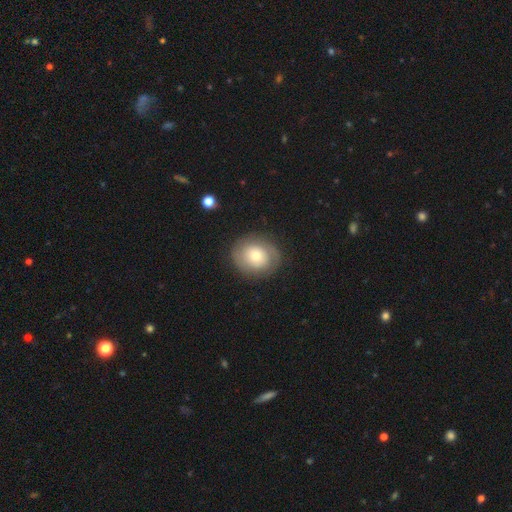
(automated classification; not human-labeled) Smooth or featured: smooth — 48% (featured or disk — 44%)
Merging: none — 82% (minor disturbance — 12%)